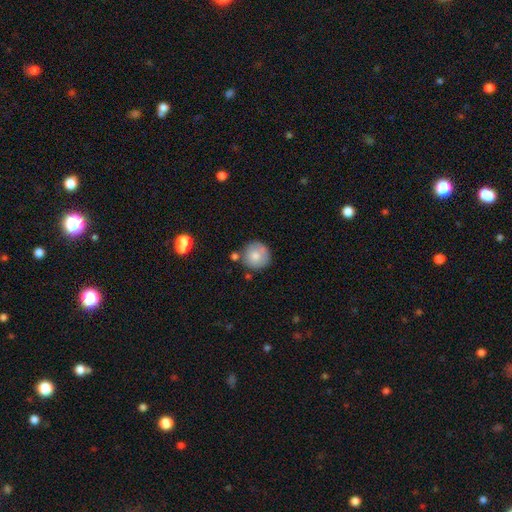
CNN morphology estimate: The model was most divided on "merging": none: 74%, minor disturbance: 14%, merger: 8%, major disturbance: 4%. More confident: how rounded — round (94%); smooth or featured — smooth (77%).